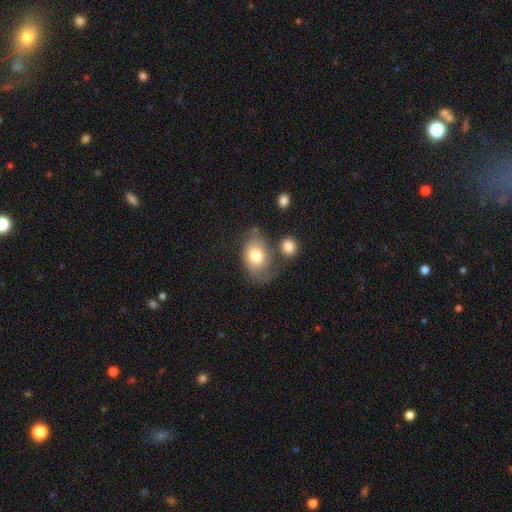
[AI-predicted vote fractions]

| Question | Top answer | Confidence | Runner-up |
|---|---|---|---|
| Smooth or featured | smooth | 74% | featured or disk (18%) |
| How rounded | in between | 75% | round (24%) |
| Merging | none | 48% | minor disturbance (23%) |